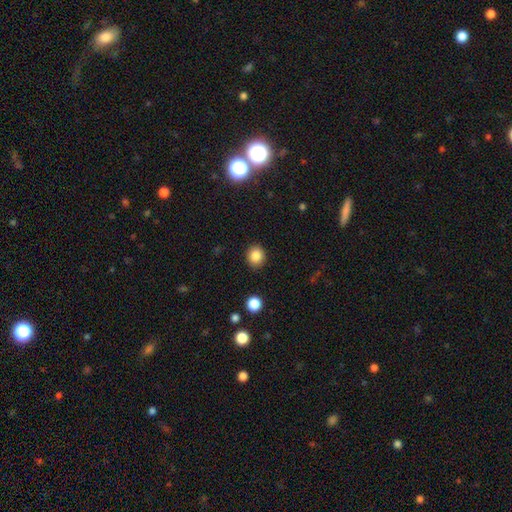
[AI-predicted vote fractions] The model was most divided on "how rounded": round: 80%, in between: 19%, cigar-shaped: 1%. More confident: merging — none (90%); smooth or featured — smooth (85%).